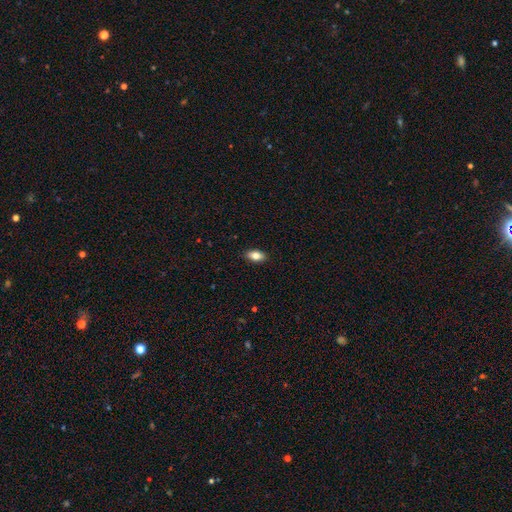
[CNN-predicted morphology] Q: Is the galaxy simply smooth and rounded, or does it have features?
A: smooth — 80%.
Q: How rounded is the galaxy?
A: in between — 89%.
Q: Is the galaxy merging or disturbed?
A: none — 89%.